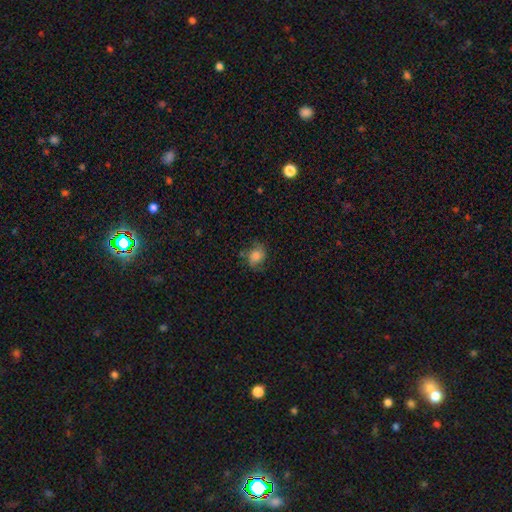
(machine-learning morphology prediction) Q: Smooth or featured?
A: smooth (71%); runner-up: featured or disk (17%)
Q: How rounded?
A: round (53%); runner-up: in between (46%)
Q: Merging?
A: none (64%); runner-up: minor disturbance (25%)